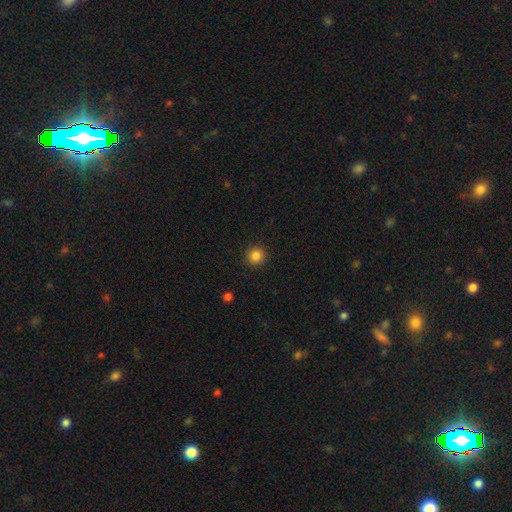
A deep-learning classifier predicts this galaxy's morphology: smooth-or-featured: smooth: 85% | star or artifact: 11% | featured or disk: 3%
  how-rounded: round: 94% | in between: 6% | cigar-shaped: 1%
  merging: none: 91% | minor disturbance: 6% | major disturbance: 2% | merger: 1%